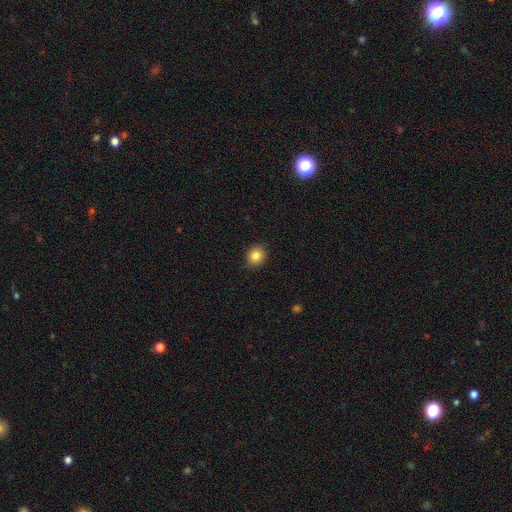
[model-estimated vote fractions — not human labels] smooth 85%, star or artifact 10%, featured or disk 5%. Down the decision tree: how rounded — round (72%); merging — none (90%).